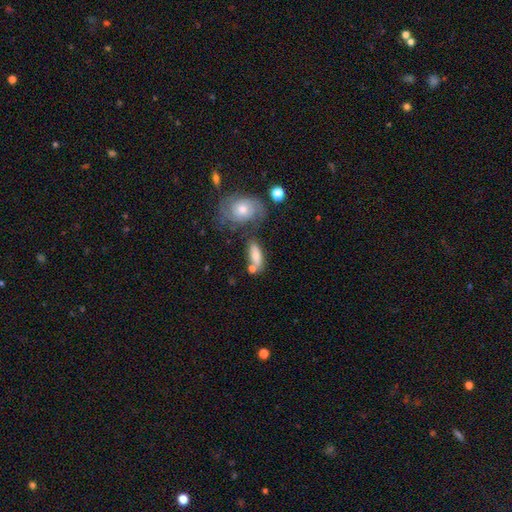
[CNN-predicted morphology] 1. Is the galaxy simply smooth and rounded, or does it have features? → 69% smooth, 23% featured or disk, 8% star or artifact.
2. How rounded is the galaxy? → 71% in between, 25% cigar-shaped, 5% round.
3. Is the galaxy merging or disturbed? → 53% none, 20% merger, 19% minor disturbance, 8% major disturbance.